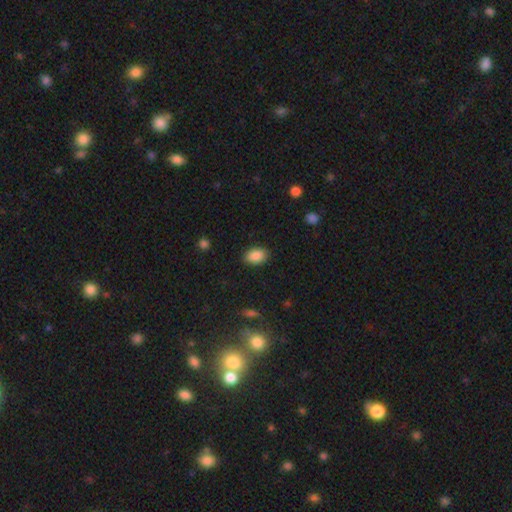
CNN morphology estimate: Overall: smooth (89%). How rounded: in between (88%). Merging: none (87%).